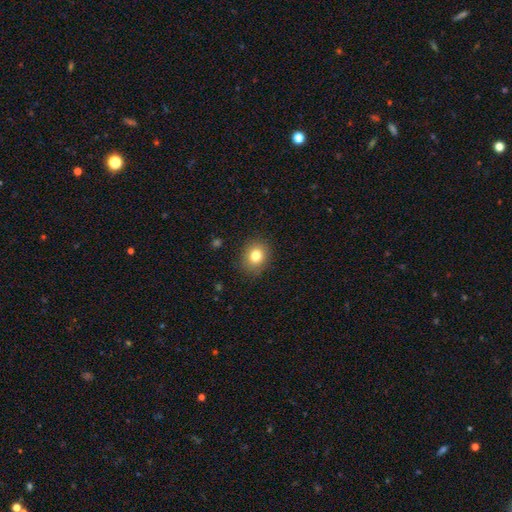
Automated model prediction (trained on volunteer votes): smooth_or_featured: smooth (p=0.82) [alt: star or artifact p=0.10]
how_rounded: round (p=0.60) [alt: in between p=0.39]
merging: none (p=0.87) [alt: minor disturbance p=0.09]